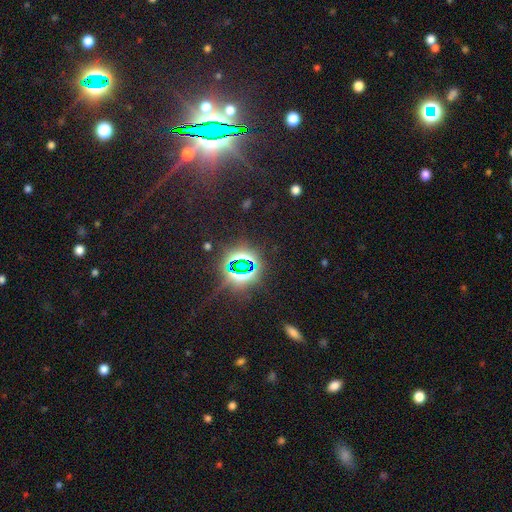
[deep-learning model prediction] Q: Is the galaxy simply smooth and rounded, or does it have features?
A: star or artifact — 80%.